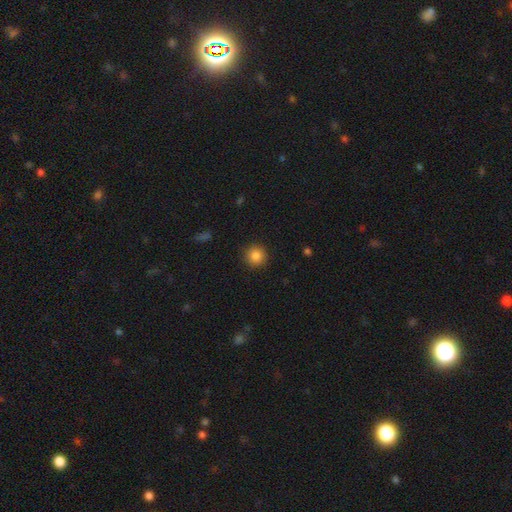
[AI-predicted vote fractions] A smooth galaxy with no disk features (85%) that is round (94%). Merging: none (91%).